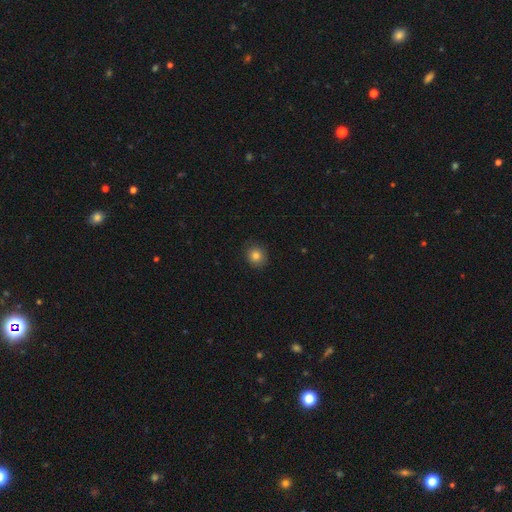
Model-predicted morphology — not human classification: smooth_or_featured: smooth (p=0.82) [alt: star or artifact p=0.12]
how_rounded: round (p=0.85) [alt: in between p=0.14]
merging: none (p=0.89) [alt: minor disturbance p=0.08]